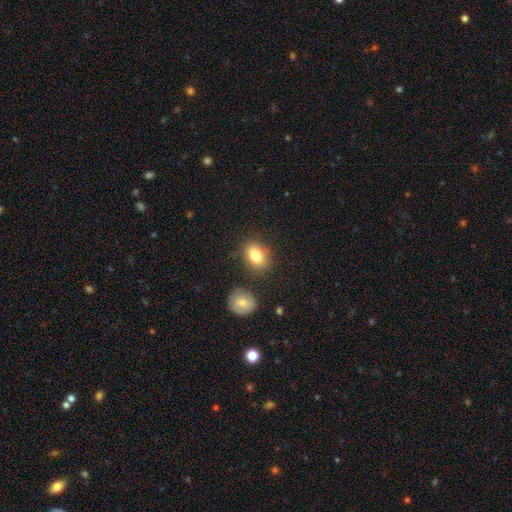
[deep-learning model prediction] Smooth or featured?
  - smooth: 81% *
  - featured or disk: 10%
  - star or artifact: 9%
How rounded?
  - in between: 70% *
  - round: 29%
  - cigar-shaped: 1%
Merging?
  - none: 77% *
  - minor disturbance: 13%
  - merger: 6%
  - major disturbance: 4%